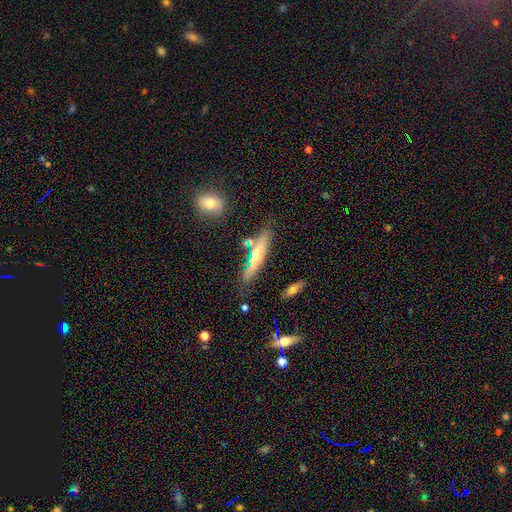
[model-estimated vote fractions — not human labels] The model was most divided on "smooth or featured": featured or disk: 55%, smooth: 36%, star or artifact: 8%. More confident: edge-on disk — yes (90%); merging — none (76%).